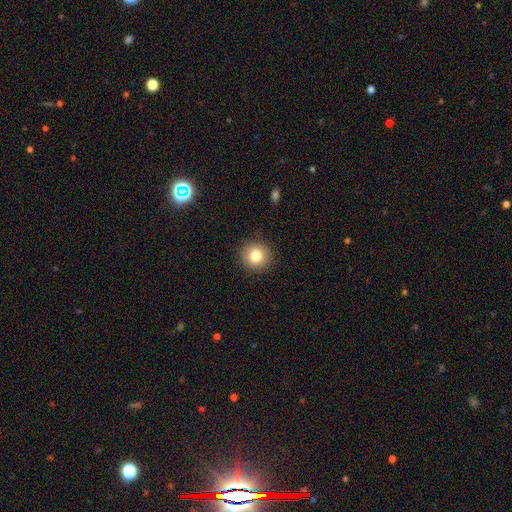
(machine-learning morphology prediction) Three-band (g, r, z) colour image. It shows a smooth galaxy with no disk features (82%) that is round (92%). Merging: none (91%).